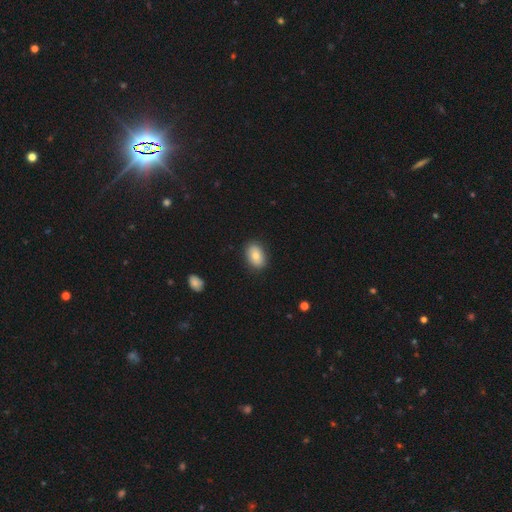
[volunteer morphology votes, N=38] smooth 89%, featured or disk 8%, star or artifact 3%. Down the decision tree: how rounded — in between (94%); merging — none (86%).